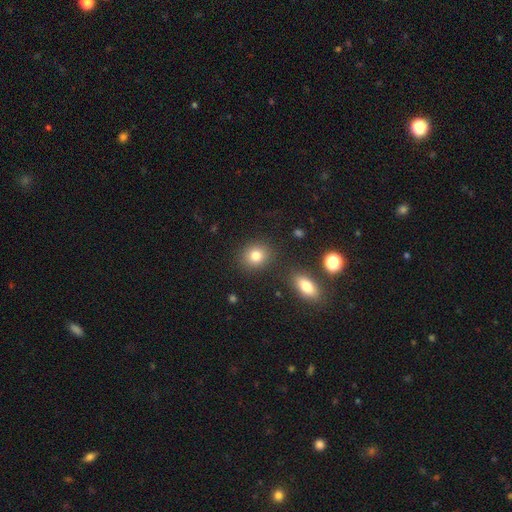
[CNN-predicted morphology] Smooth or featured: smooth — 81% (star or artifact — 11%)
How rounded: round — 74% (in between — 25%)
Merging: none — 85% (minor disturbance — 8%)